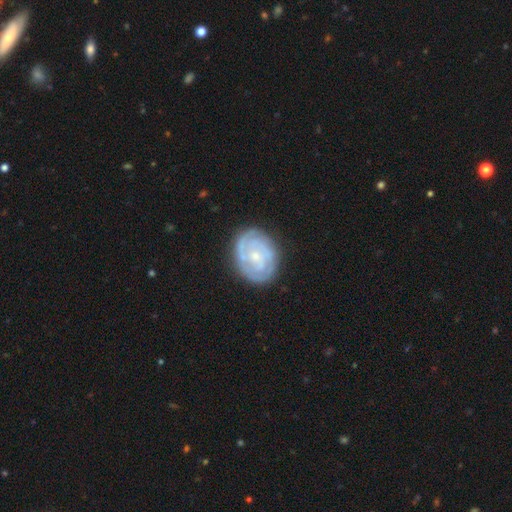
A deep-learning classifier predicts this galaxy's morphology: Smooth or featured: featured or disk — 77% (smooth — 18%)
Edge-on disk: no — 98% (yes — 2%)
Bar: no — 72% (weak — 23%)
Spiral arms: yes — 88% (no — 12%)
Spiral winding: tight — 68% (medium — 25%)
Spiral arm count: can't tell — 38% (2 — 26%)
Bulge size: small — 73% (moderate — 23%)
Merging: none — 77% (minor disturbance — 17%)